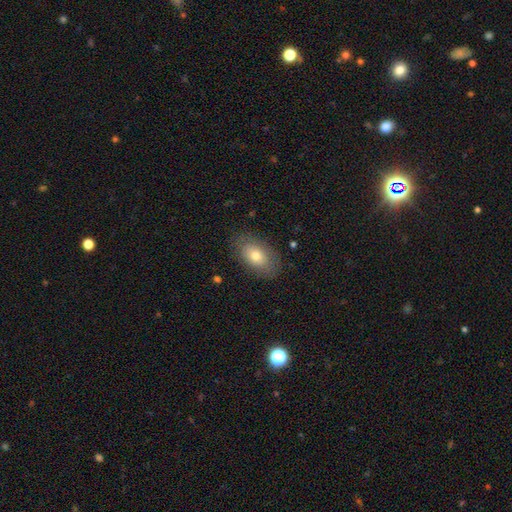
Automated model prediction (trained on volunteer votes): smooth_or_featured: smooth (p=0.72) [alt: featured or disk p=0.20]
how_rounded: in between (p=0.91) [alt: round p=0.08]
merging: none (p=0.81) [alt: minor disturbance p=0.14]